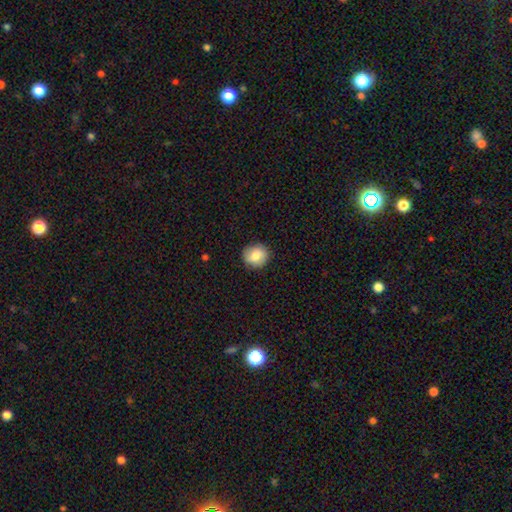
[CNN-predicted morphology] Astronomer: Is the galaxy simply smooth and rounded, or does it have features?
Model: smooth — 80%.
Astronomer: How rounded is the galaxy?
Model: round — 83%.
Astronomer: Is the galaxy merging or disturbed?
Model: none — 87%.